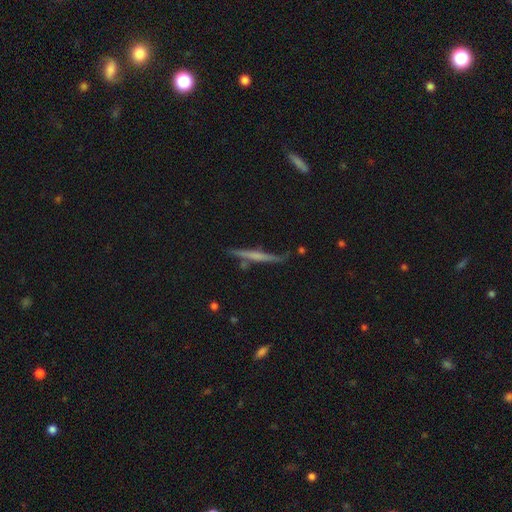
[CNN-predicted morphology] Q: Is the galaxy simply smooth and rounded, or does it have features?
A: featured or disk — 58%.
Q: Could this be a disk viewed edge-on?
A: yes — 95%.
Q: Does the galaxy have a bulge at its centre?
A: none — 58%.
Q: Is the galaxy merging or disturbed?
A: none — 75%.